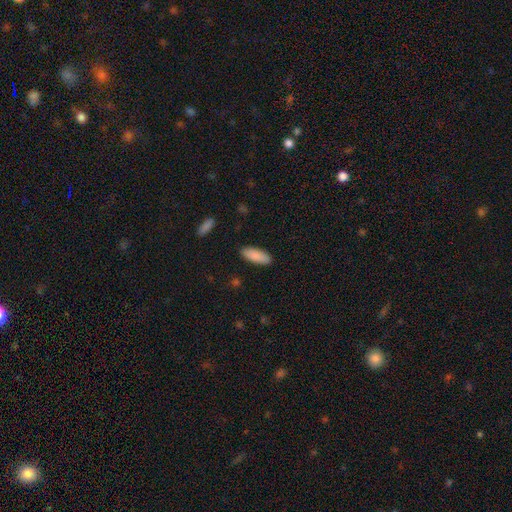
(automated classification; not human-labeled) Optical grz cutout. It shows a smooth galaxy with no disk features (89%) that is in between round and cigar-shaped (73%). Merging: none (88%).